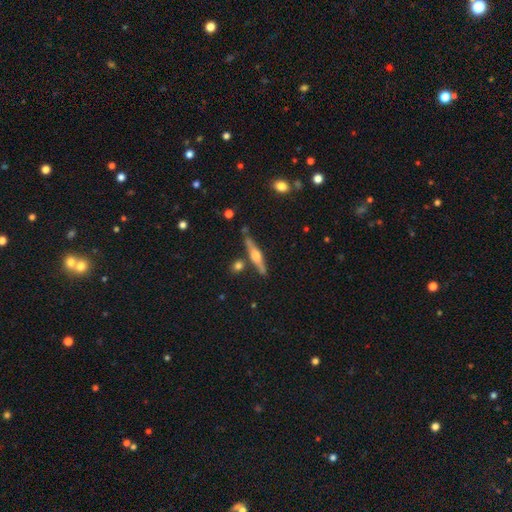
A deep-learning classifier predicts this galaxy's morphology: A featured or disk galaxy (69%) viewed edge-on (97%) with a rounded central bulge (89%). Merging: none (81%).